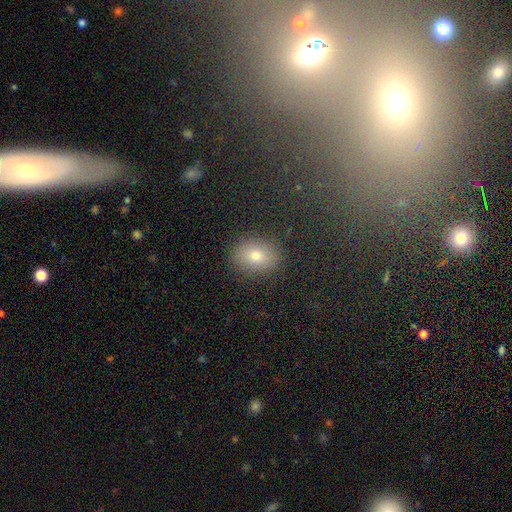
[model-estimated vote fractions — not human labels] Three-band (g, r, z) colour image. It shows a smooth galaxy with no disk features (75%) that is in between round and cigar-shaped (62%). Merging: none (88%).